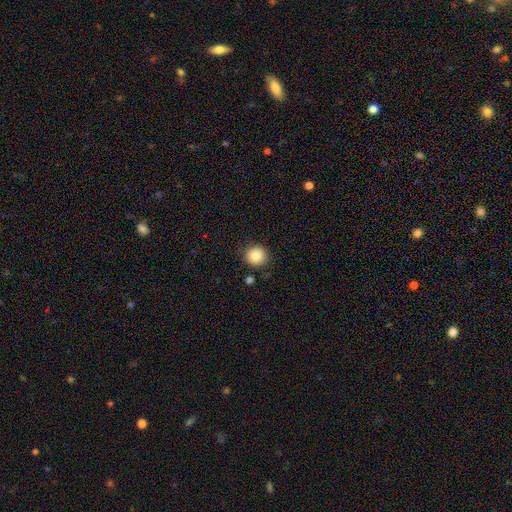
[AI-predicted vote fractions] Q: Smooth or featured?
A: smooth (84%); runner-up: star or artifact (10%)
Q: How rounded?
A: round (94%); runner-up: in between (5%)
Q: Merging?
A: none (88%); runner-up: minor disturbance (7%)